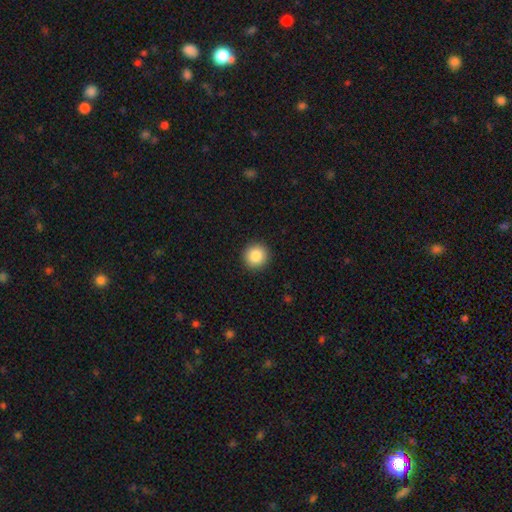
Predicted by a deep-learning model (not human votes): Morphology: type=smooth (86%); roundness=round (94%); merging=none (93%).